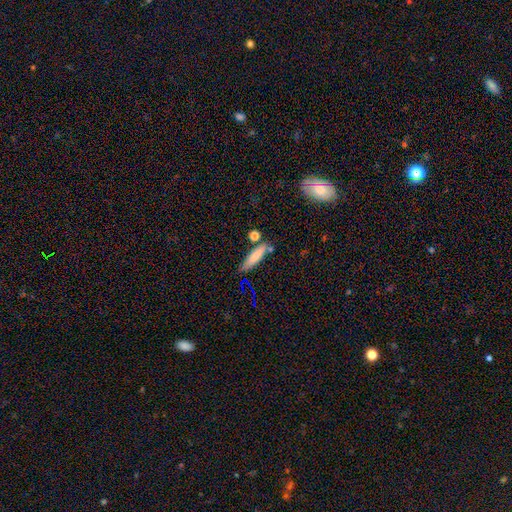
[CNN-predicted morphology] type=smooth (78%); roundness=cigar-shaped (77%); merging=none (73%).